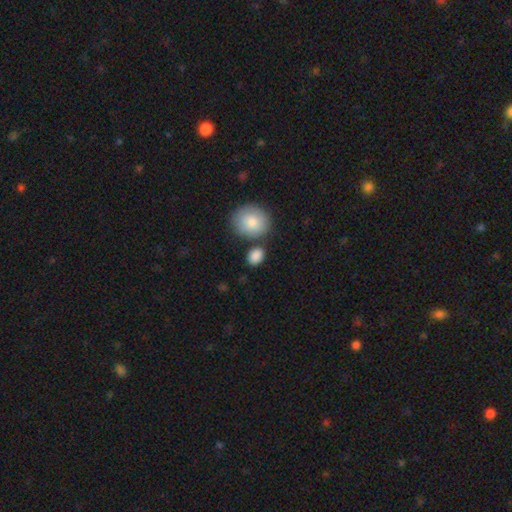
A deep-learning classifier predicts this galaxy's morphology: Q: Smooth or featured?
A: smooth (88%); runner-up: star or artifact (7%)
Q: How rounded?
A: in between (60%); runner-up: round (39%)
Q: Merging?
A: none (69%); runner-up: merger (14%)